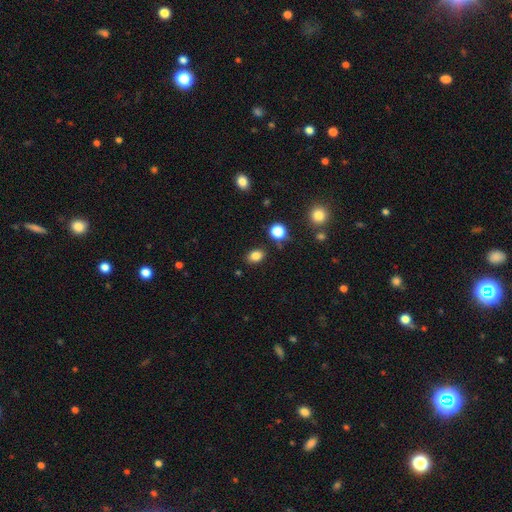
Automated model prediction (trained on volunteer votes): smooth 83%, star or artifact 12%, featured or disk 5%. Down the decision tree: how rounded — in between (69%); merging — none (83%).